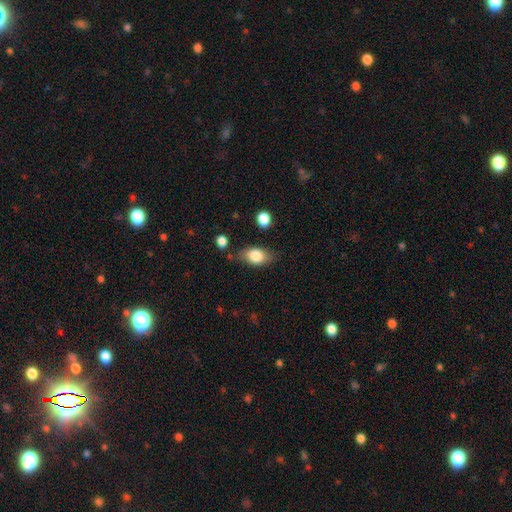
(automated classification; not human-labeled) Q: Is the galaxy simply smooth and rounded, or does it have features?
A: smooth — 79%.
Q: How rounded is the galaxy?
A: in between — 86%.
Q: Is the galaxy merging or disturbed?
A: none — 72%.